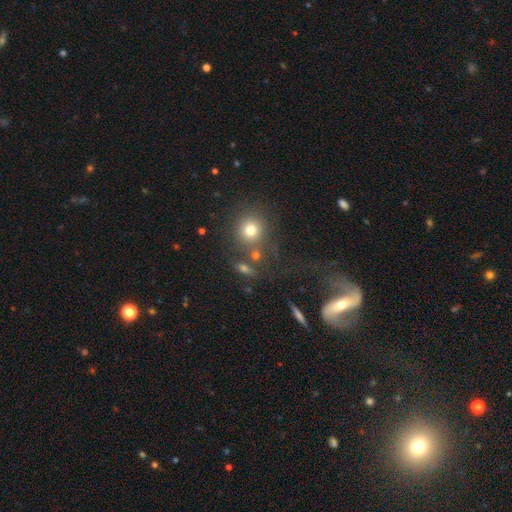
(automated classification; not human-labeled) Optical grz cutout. It shows a smooth galaxy with no disk features (61%) that is round (84%). Merging: none (63%).